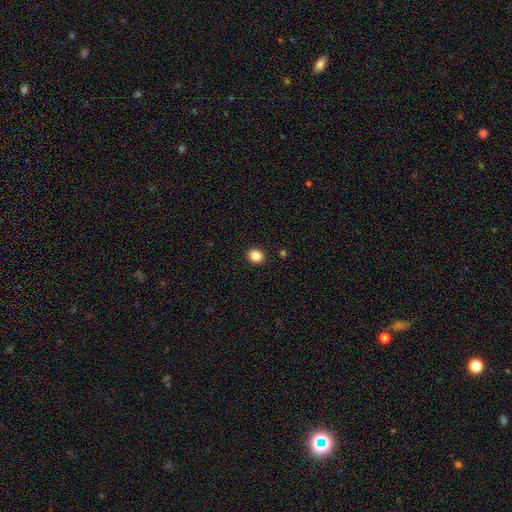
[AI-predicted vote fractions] smooth-or-featured: smooth: 85% | star or artifact: 10% | featured or disk: 4%
  how-rounded: round: 64% | in between: 35% | cigar-shaped: 1%
  merging: none: 92% | minor disturbance: 6% | major disturbance: 2% | merger: 1%